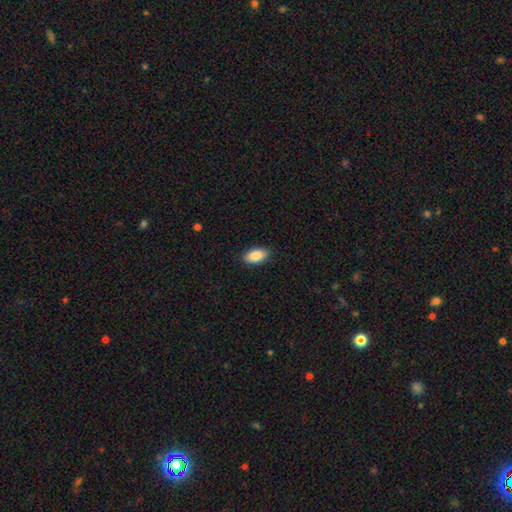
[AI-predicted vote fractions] smooth-or-featured: smooth: 88% | star or artifact: 7% | featured or disk: 5%
  how-rounded: in between: 93% | cigar-shaped: 4% | round: 3%
  merging: none: 88% | minor disturbance: 9% | major disturbance: 2% | merger: 1%